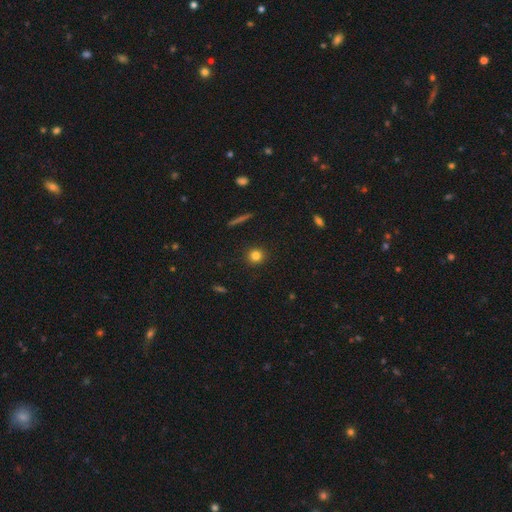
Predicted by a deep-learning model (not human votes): Smooth or featured: smooth — 81% (star or artifact — 12%)
How rounded: round — 93% (in between — 6%)
Merging: none — 92% (minor disturbance — 5%)